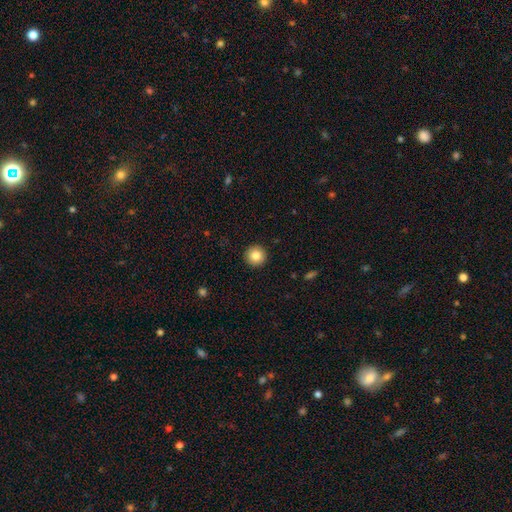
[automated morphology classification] type=smooth (84%); roundness=round (96%); merging=none (93%).